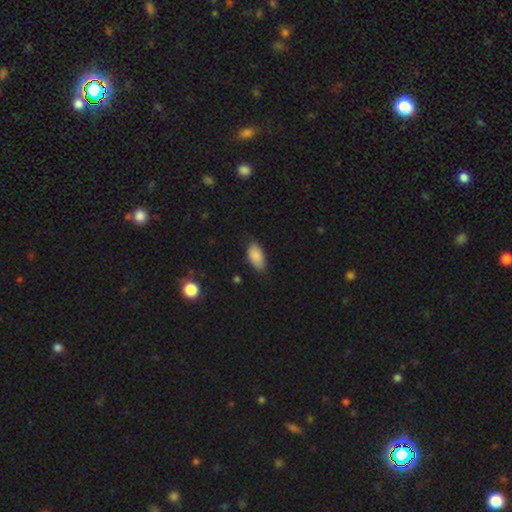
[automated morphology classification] The model was most divided on "merging": none: 72%, minor disturbance: 23%, major disturbance: 4%, merger: 1%. More confident: how rounded — in between (93%); smooth or featured — smooth (87%).